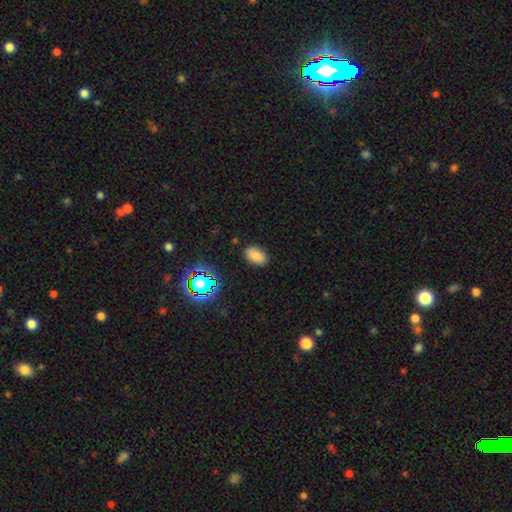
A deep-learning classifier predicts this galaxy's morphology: The model was most divided on "smooth or featured": smooth: 79%, star or artifact: 14%, featured or disk: 7%. More confident: how rounded — in between (92%); merging — none (87%).